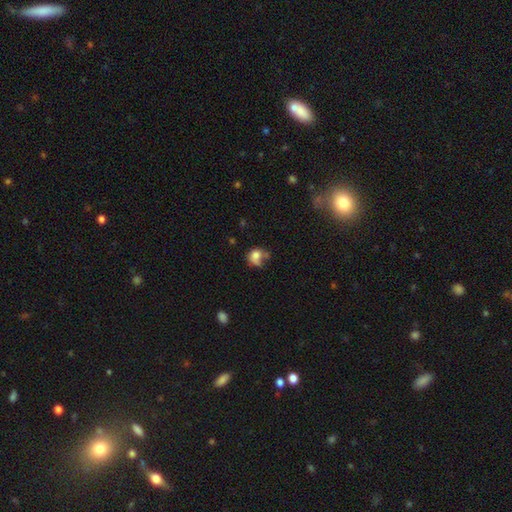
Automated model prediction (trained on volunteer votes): Smooth or featured? Predicted: smooth (p=0.71). How rounded? Predicted: round (p=0.58). Merging? Predicted: none (p=0.32).